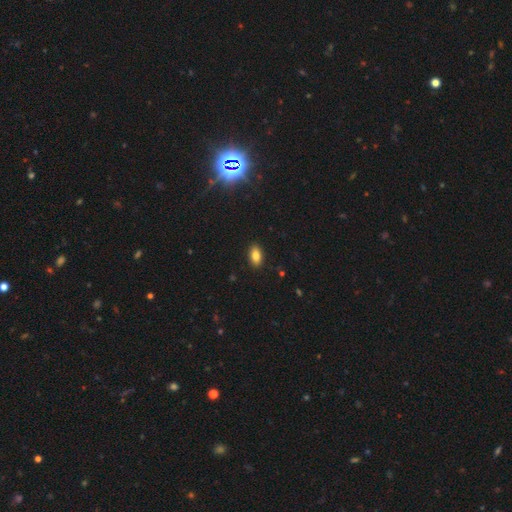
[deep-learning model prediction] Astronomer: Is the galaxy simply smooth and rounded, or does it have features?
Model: smooth — 84%.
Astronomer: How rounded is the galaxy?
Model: in between — 91%.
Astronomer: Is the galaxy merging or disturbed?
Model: none — 89%.